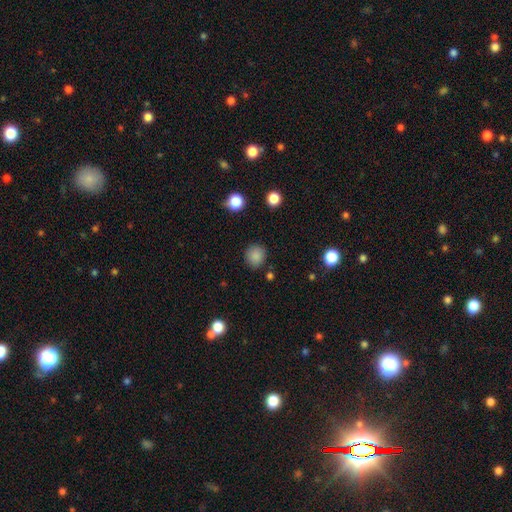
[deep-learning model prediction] smooth-or-featured: smooth: 86% | star or artifact: 11% | featured or disk: 4%
  how-rounded: round: 88% | in between: 11% | cigar-shaped: 1%
  merging: none: 86% | minor disturbance: 9% | major disturbance: 3% | merger: 2%